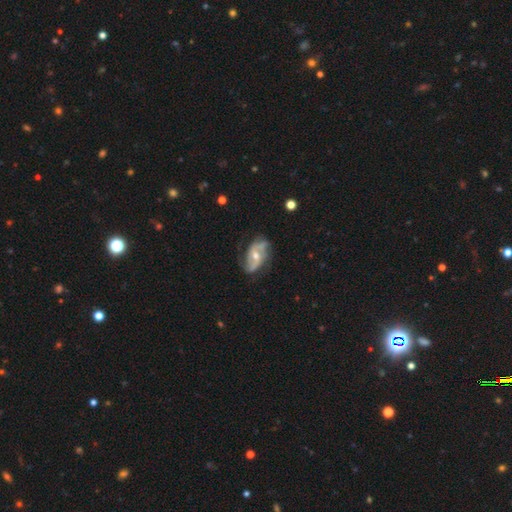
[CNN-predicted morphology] This appears to be a featured or disk galaxy (83%) with no bar (46%), 2 (75%) medium (42%) spiral arms (94%) and a moderate central bulge (59%). Merging: none (72%).